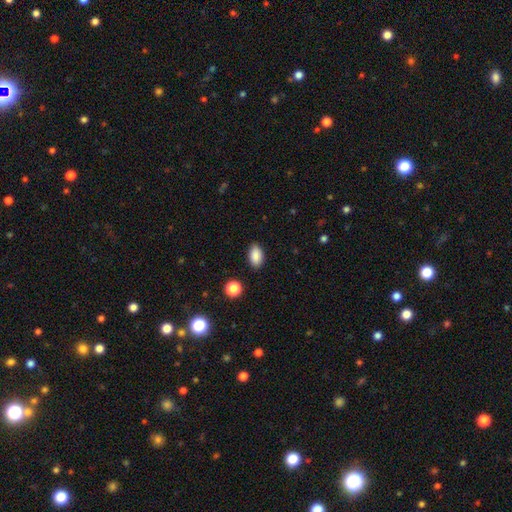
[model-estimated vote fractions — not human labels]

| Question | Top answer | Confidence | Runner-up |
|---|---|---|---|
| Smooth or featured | smooth | 88% | star or artifact (8%) |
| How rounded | in between | 92% | round (6%) |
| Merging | none | 86% | minor disturbance (10%) |